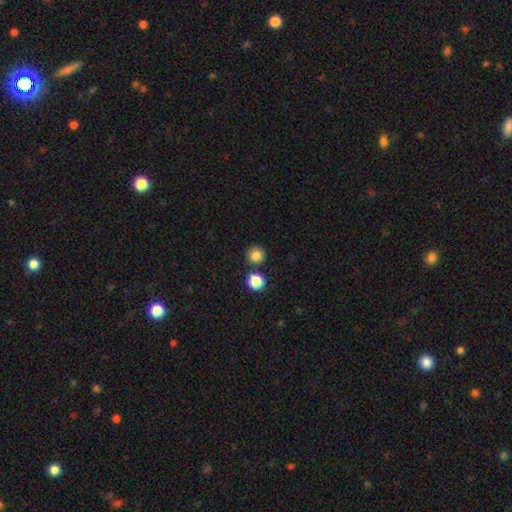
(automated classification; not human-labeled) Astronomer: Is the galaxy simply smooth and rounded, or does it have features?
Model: smooth — 82%.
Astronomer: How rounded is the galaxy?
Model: round — 93%.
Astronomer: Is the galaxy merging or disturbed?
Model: none — 81%.